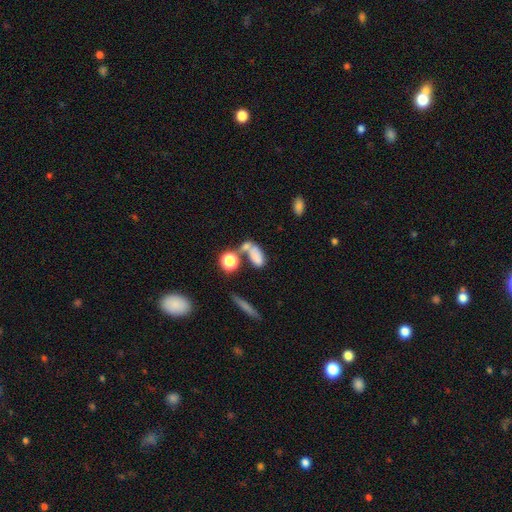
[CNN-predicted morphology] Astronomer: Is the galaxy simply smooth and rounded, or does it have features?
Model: smooth — 71%.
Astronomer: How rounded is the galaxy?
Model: in between — 81%.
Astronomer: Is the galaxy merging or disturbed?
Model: merger — 44% (runner-up: none, 32%).